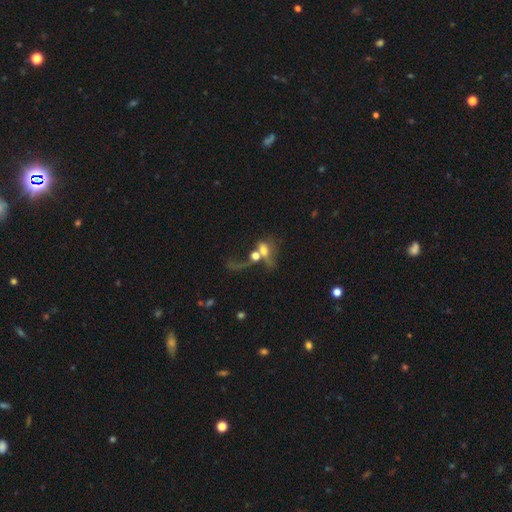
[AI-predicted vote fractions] The model was most divided on "smooth or featured": smooth: 48%, featured or disk: 38%, star or artifact: 13%. More confident: merging — merger (59%).